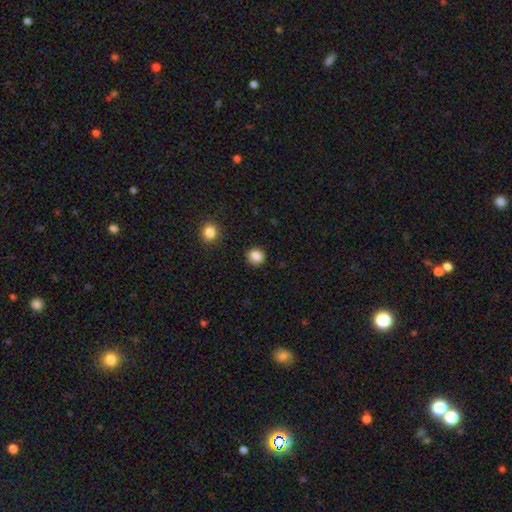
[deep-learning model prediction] A smooth galaxy with no disk features (87%) that is round (82%).

Vote fractions:
- Smooth or featured? smooth: 87% / star or artifact: 10% / featured or disk: 3%
- How rounded? round: 82% / in between: 17% / cigar-shaped: 1%
- Merging? none: 89% / minor disturbance: 7% / major disturbance: 2% / merger: 1%